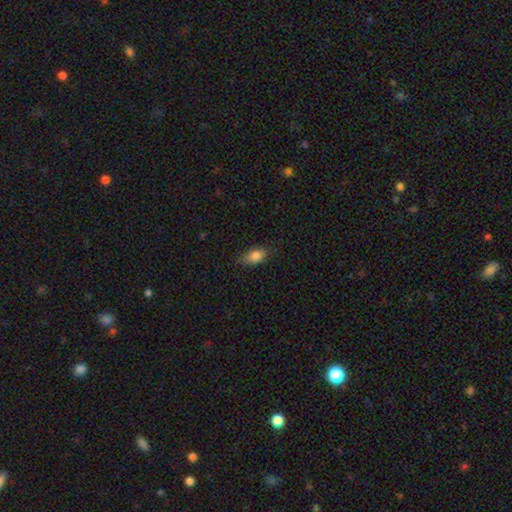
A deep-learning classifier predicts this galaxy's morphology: Smooth or featured?
  - smooth: 83% *
  - featured or disk: 9%
  - star or artifact: 9%
How rounded?
  - in between: 85% *
  - cigar-shaped: 7%
  - round: 7%
Merging?
  - none: 74% *
  - minor disturbance: 21%
  - major disturbance: 4%
  - merger: 1%